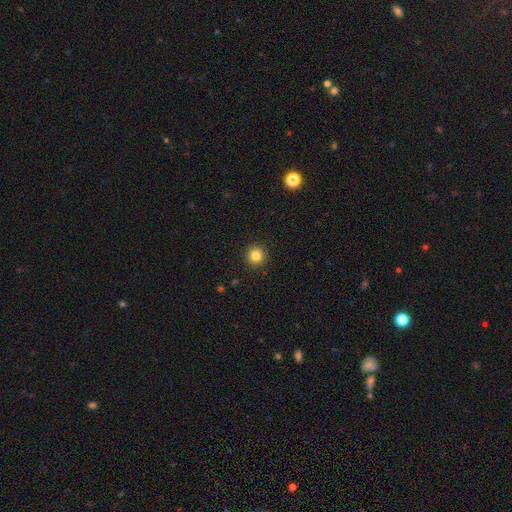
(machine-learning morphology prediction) smooth 83%, star or artifact 12%, featured or disk 5%. Down the decision tree: how rounded — round (95%); merging — none (93%).